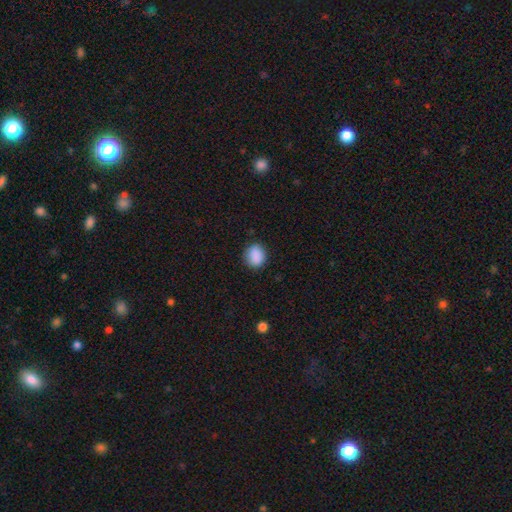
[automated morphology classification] The model was most divided on "how rounded": round: 60%, in between: 39%, cigar-shaped: 1%. More confident: smooth or featured — smooth (88%); merging — none (85%).